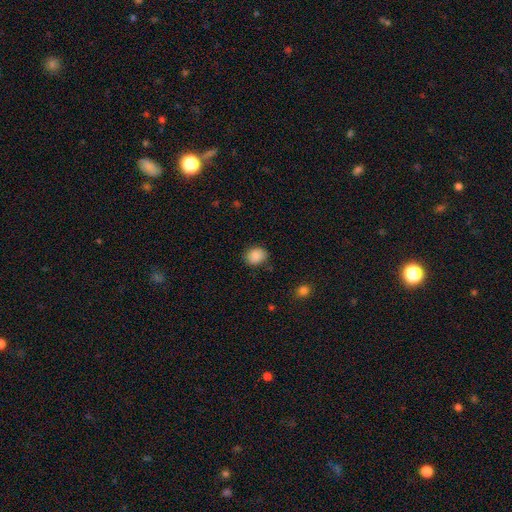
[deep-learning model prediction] A smooth galaxy with no disk features (88%) that is round (54%).

Vote fractions:
- Smooth or featured? smooth: 88% / star or artifact: 8% / featured or disk: 4%
- How rounded? round: 54% / in between: 45% / cigar-shaped: 1%
- Merging? none: 82% / minor disturbance: 13% / major disturbance: 3% / merger: 2%